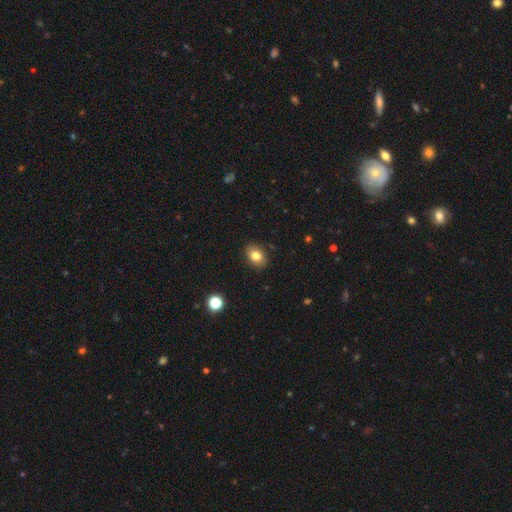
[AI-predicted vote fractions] smooth 80%, featured or disk 10%, star or artifact 10%. Down the decision tree: how rounded — in between (74%); merging — none (88%).